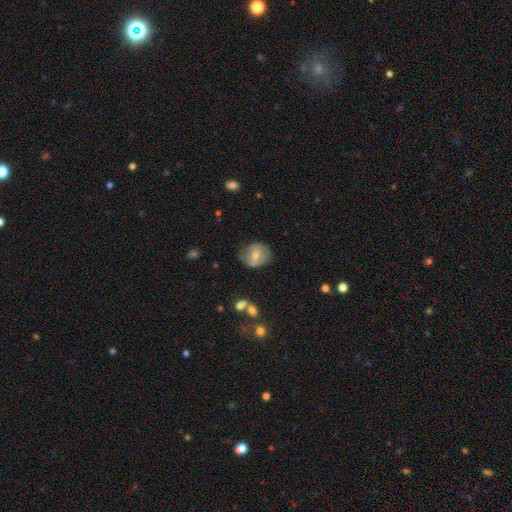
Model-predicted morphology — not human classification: Smooth or featured? smooth (52%)
How rounded? round (63%)
Merging? none (67%)